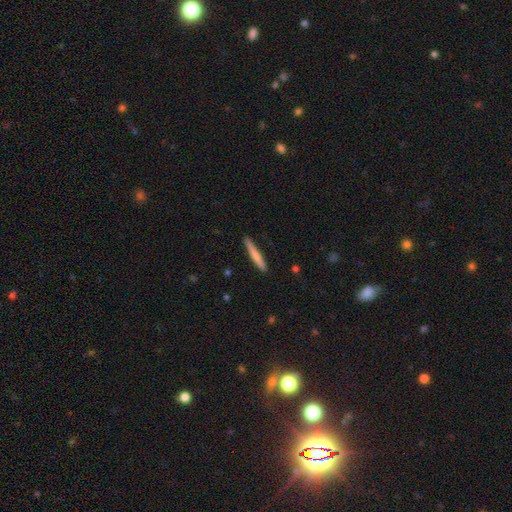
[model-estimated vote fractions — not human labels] This is likely a smooth galaxy (65%). How rounded: clearly cigar-shaped (96%). Merging: clearly none (89%).